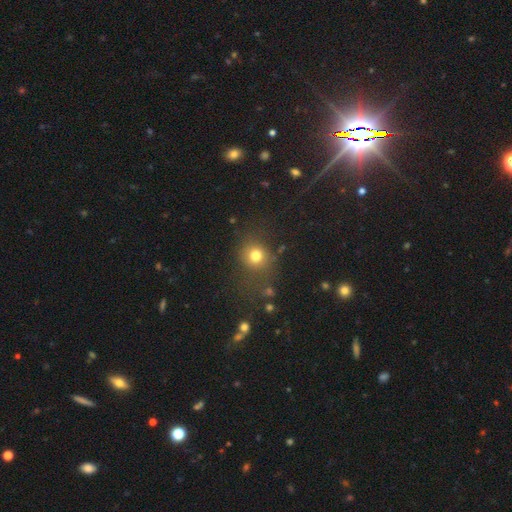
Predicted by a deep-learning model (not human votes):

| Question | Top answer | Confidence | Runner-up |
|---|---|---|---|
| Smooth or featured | smooth | 76% | star or artifact (16%) |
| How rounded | round | 82% | in between (17%) |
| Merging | none | 73% | minor disturbance (13%) |